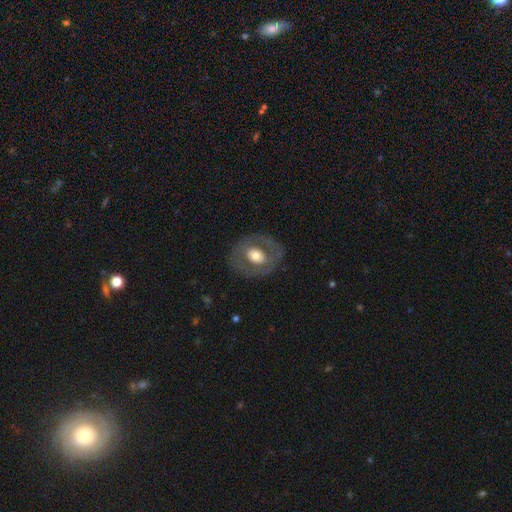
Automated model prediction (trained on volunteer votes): A featured or disk galaxy (48%). Merging: none (78%).